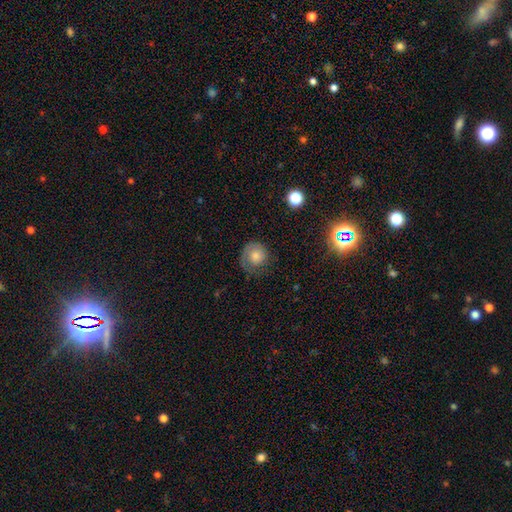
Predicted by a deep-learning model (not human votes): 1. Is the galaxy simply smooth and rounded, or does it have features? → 53% smooth, 39% featured or disk, 8% star or artifact.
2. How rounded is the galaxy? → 86% round, 13% in between, 1% cigar-shaped.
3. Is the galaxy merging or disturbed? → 60% none, 21% minor disturbance, 17% major disturbance, 2% merger.